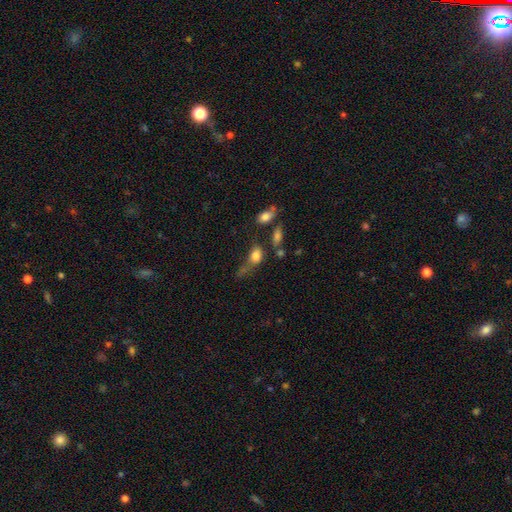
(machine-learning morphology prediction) This appears to be a smooth galaxy with no disk features (77%) that is in between round and cigar-shaped (72%). Merging: none (29%).